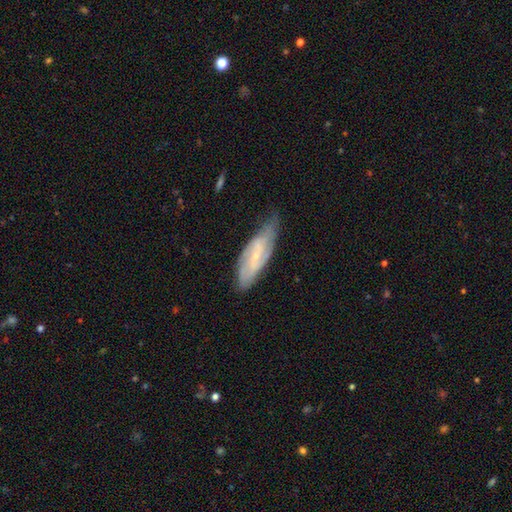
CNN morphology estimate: Q: Smooth or featured?
A: featured or disk (70%); runner-up: smooth (23%)
Q: Edge-on disk?
A: no (85%); runner-up: yes (15%)
Q: Bar?
A: weak (47%); runner-up: no (32%)
Q: Spiral arms?
A: yes (88%); runner-up: no (12%)
Q: Spiral winding?
A: medium (43%); runner-up: tight (37%)
Q: Spiral arm count?
A: 2 (60%); runner-up: can't tell (26%)
Q: Bulge size?
A: small (71%); runner-up: moderate (19%)
Q: Merging?
A: none (64%); runner-up: minor disturbance (28%)